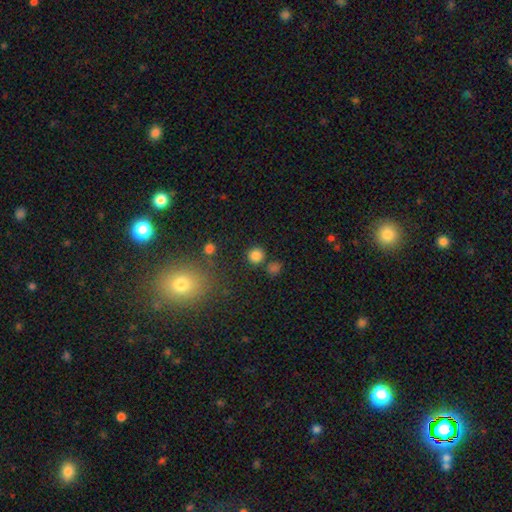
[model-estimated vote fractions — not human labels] Q: Smooth or featured?
A: smooth (82%); runner-up: star or artifact (13%)
Q: How rounded?
A: round (92%); runner-up: in between (7%)
Q: Merging?
A: none (82%); runner-up: merger (8%)